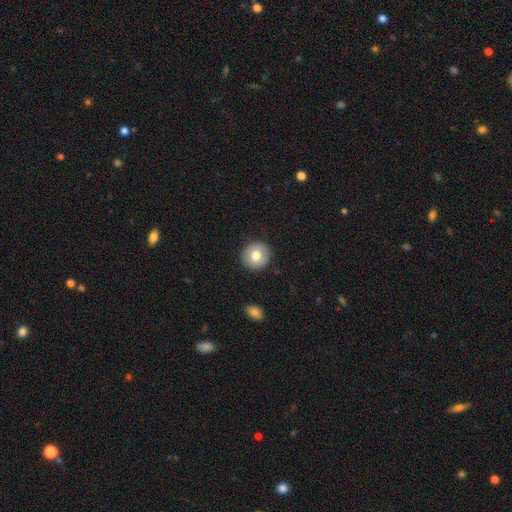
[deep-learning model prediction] Smooth or featured: smooth — 75% (featured or disk — 17%)
How rounded: round — 91% (in between — 8%)
Merging: none — 90% (minor disturbance — 7%)